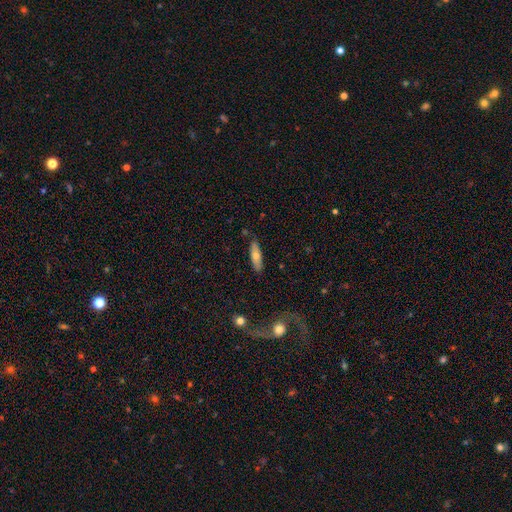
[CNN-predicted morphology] This is likely a smooth galaxy (63%). How rounded: possibly cigar-shaped (59%). Merging: clearly none (84%).